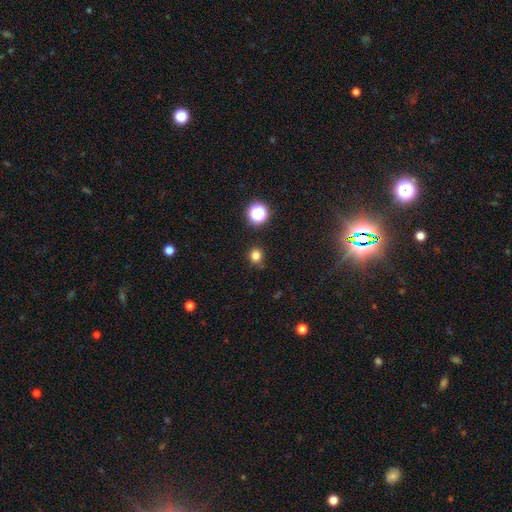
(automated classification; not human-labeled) Q: Smooth or featured?
A: smooth (80%); runner-up: star or artifact (16%)
Q: How rounded?
A: round (81%); runner-up: in between (18%)
Q: Merging?
A: none (82%); runner-up: minor disturbance (12%)